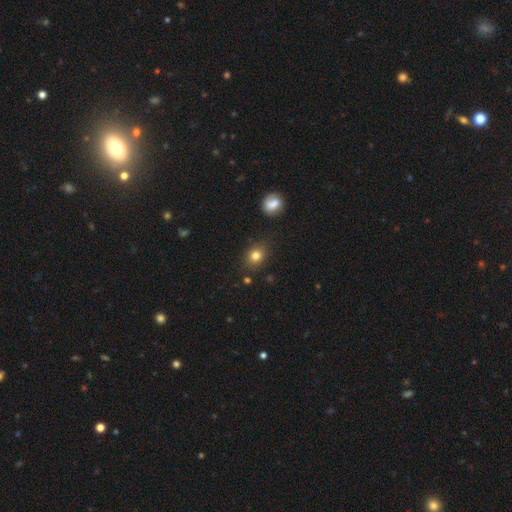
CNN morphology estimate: This appears to be a smooth galaxy with no disk features (80%) that is round (58%). Merging: none (82%).